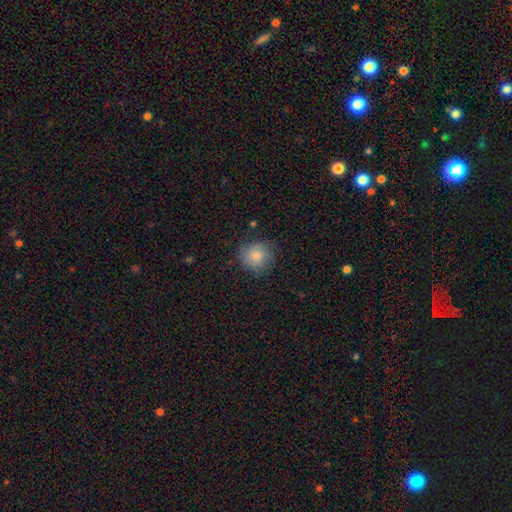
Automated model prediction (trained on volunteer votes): This appears to be a smooth galaxy with no disk features (82%) that is round (89%). Merging: none (77%).